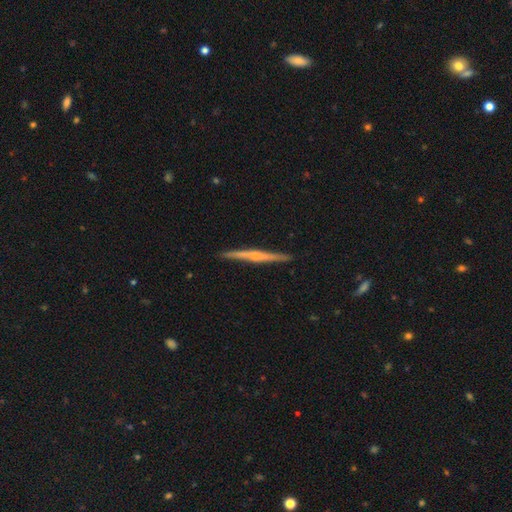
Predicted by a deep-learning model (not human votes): A featured or disk galaxy (79%) viewed edge-on (98%) with a rounded central bulge (82%).

Vote fractions:
- Smooth or featured? featured or disk: 79% / smooth: 15% / star or artifact: 5%
- Edge-on disk? yes: 98% / no: 2%
- Edge-on bulge? rounded: 82% / none: 13% / boxy: 5%
- Merging? none: 91% / minor disturbance: 6% / major disturbance: 1% / merger: 1%